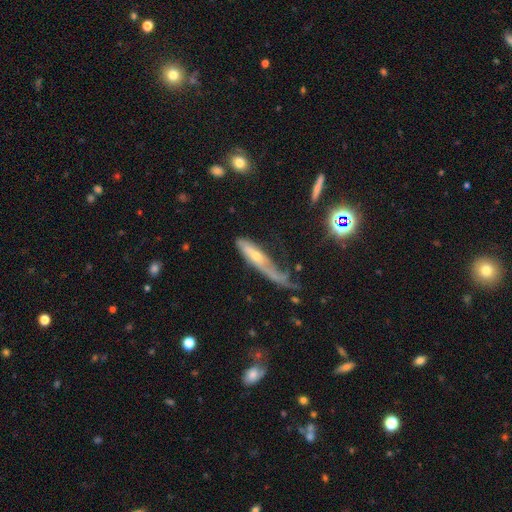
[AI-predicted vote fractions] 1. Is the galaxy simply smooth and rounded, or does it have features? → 49% featured or disk, 43% smooth, 8% star or artifact.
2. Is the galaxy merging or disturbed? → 47% major disturbance, 24% minor disturbance, 22% none, 7% merger.